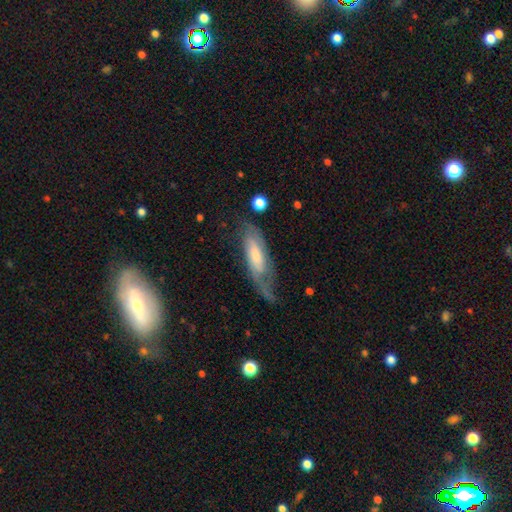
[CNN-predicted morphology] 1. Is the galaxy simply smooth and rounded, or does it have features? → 59% featured or disk, 35% smooth, 7% star or artifact.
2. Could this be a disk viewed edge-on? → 80% no, 20% yes.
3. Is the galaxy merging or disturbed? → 42% none, 30% major disturbance, 26% minor disturbance, 3% merger.